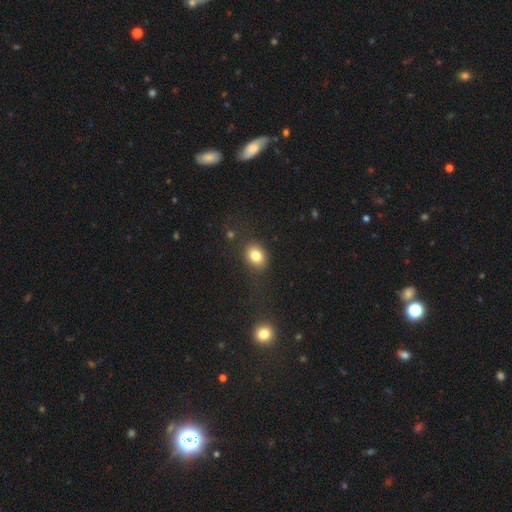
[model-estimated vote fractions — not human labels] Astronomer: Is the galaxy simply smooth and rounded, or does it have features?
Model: smooth — 81%.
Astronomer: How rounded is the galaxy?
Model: in between — 57% (runner-up: round, 42%).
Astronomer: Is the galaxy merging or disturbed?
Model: none — 80%.